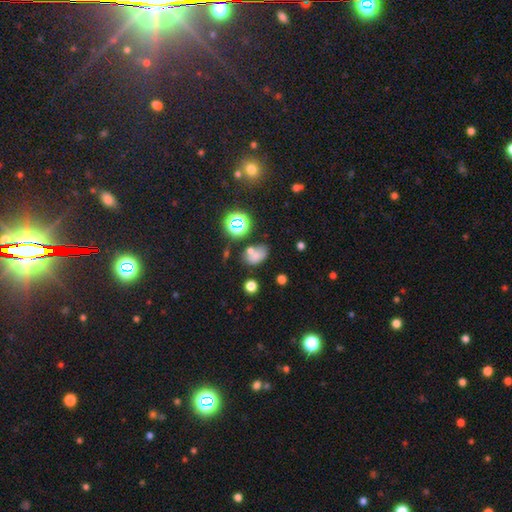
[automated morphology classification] This is likely a smooth galaxy (64%). How rounded: likely in between (76%). Merging: possibly none (52%).